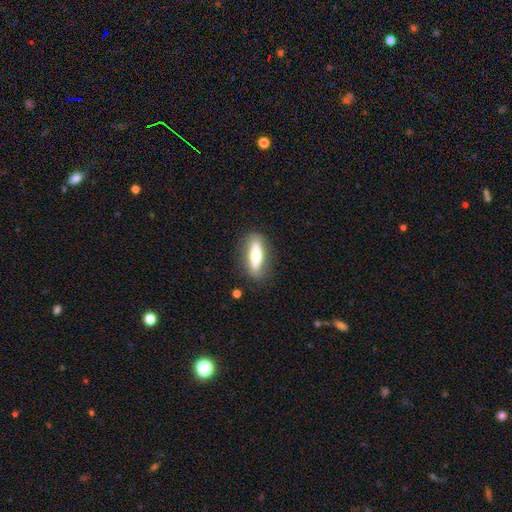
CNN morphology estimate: Smooth or featured: smooth — 59% (featured or disk — 34%)
How rounded: in between — 60% (cigar-shaped — 37%)
Merging: none — 82% (minor disturbance — 13%)